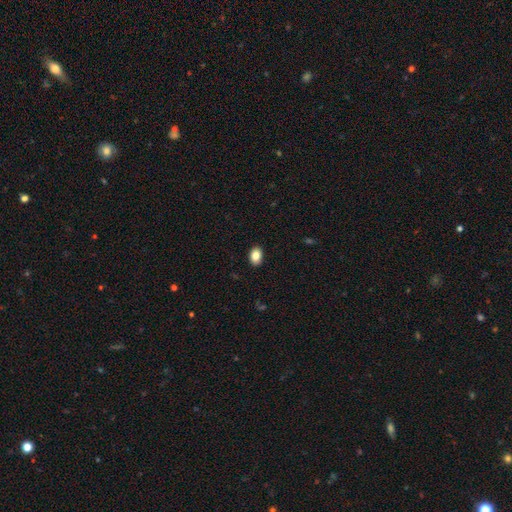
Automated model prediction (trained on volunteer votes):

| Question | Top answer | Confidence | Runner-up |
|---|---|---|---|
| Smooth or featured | smooth | 85% | star or artifact (8%) |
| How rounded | in between | 82% | round (17%) |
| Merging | none | 90% | minor disturbance (7%) |